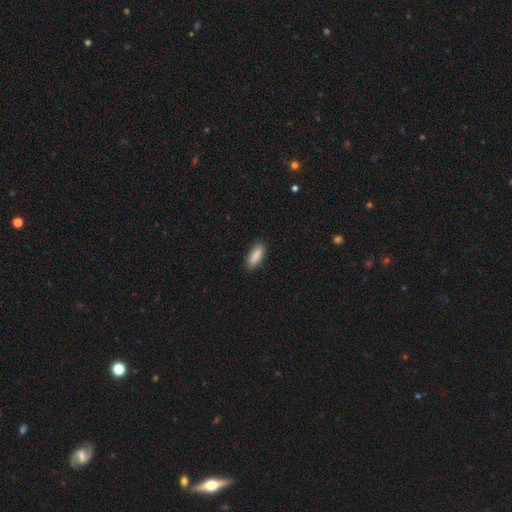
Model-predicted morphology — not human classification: smooth 89%, star or artifact 6%, featured or disk 4%. Down the decision tree: how rounded — in between (72%); merging — none (88%).